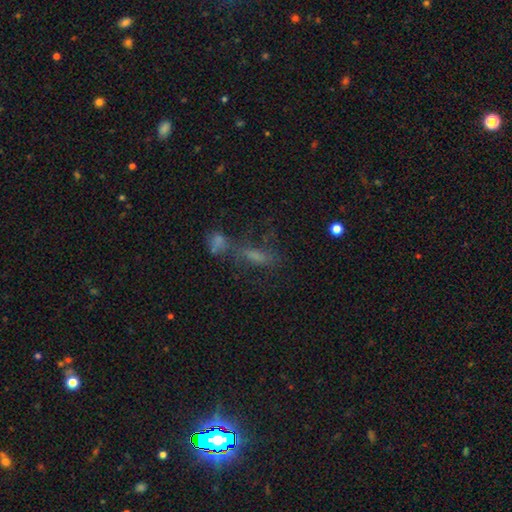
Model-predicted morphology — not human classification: Q: Smooth or featured?
A: smooth (51%); runner-up: featured or disk (25%)
Q: How rounded?
A: cigar-shaped (48%); runner-up: in between (45%)
Q: Merging?
A: none (36%); runner-up: merger (35%)